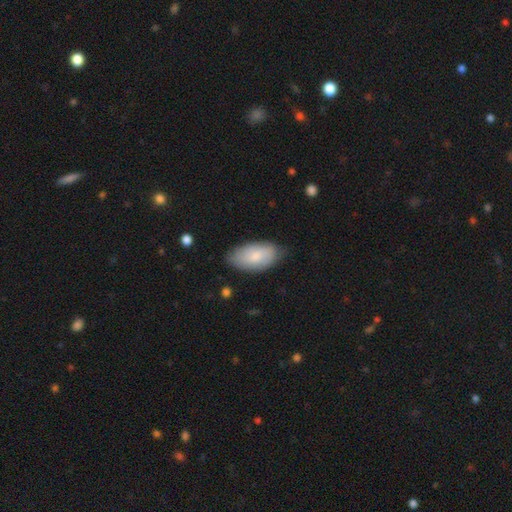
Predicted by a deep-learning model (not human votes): Smooth or featured? Predicted: smooth (p=0.74). How rounded? Predicted: in between (p=0.94). Merging? Predicted: none (p=0.77).